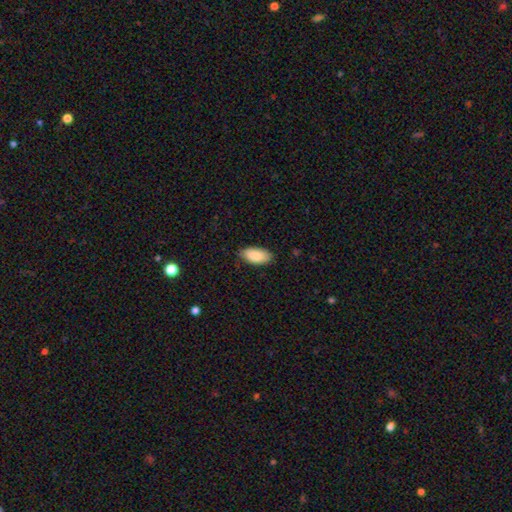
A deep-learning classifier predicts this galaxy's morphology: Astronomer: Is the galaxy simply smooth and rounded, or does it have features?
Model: smooth — 88%.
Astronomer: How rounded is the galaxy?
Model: in between — 94%.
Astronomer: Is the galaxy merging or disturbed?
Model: none — 83%.